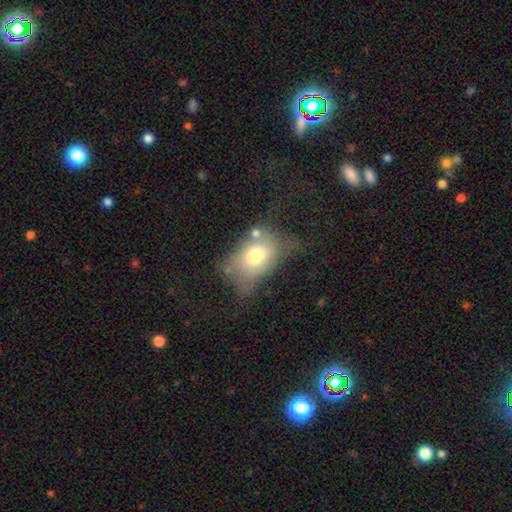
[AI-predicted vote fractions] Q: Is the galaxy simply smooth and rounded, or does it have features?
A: smooth — 66%.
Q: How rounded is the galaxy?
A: in between — 79%.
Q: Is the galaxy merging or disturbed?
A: none — 35%.